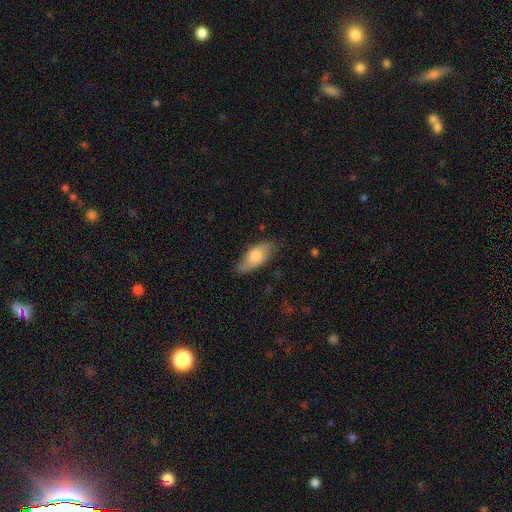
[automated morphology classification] Overall: smooth (64%; featured or disk 30%). How rounded: in between (82%). Merging: none (72%).